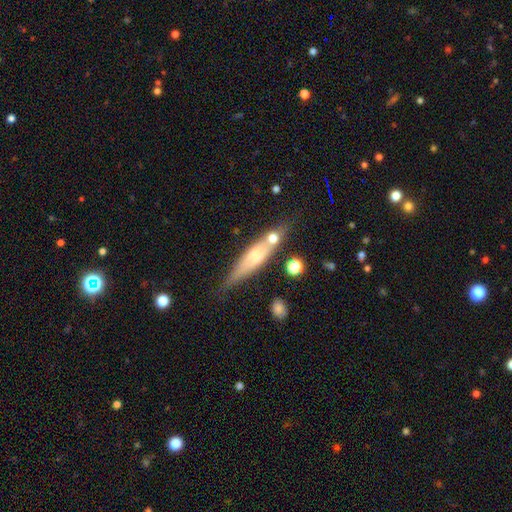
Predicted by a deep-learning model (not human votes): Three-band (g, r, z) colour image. It shows a featured or disk galaxy (48%). Merging: none (70%).